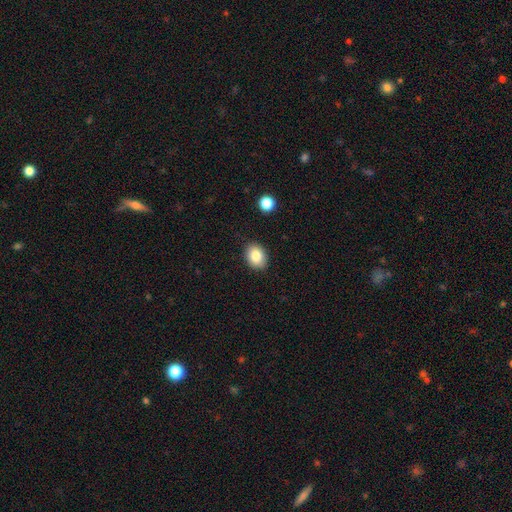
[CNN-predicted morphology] smooth_or_featured: smooth (p=0.83) [alt: star or artifact p=0.09]
how_rounded: in between (p=0.64) [alt: round p=0.35]
merging: none (p=0.88) [alt: minor disturbance p=0.08]